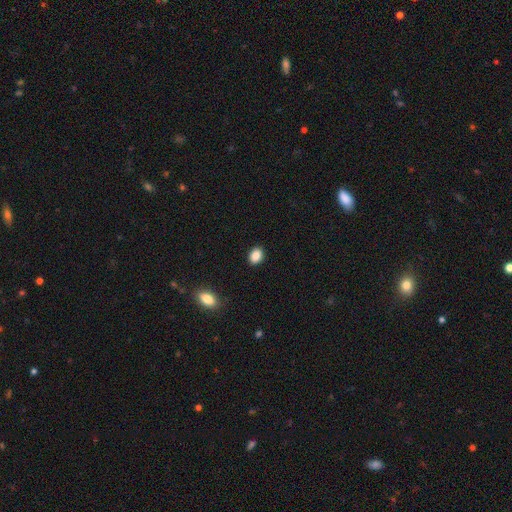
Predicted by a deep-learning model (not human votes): A smooth galaxy with no disk features (88%) that is in between round and cigar-shaped (69%). Merging: none (90%).